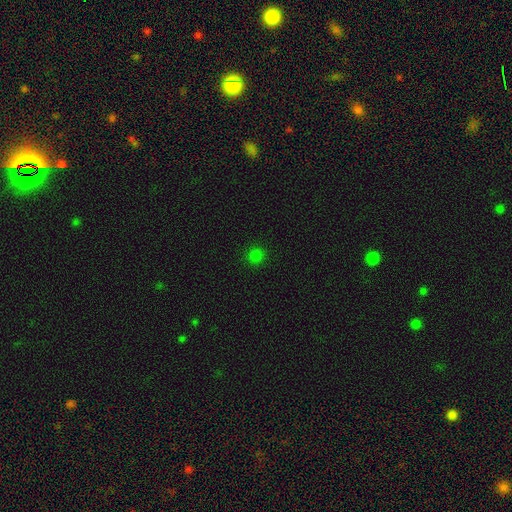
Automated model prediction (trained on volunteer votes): A smooth galaxy with no disk features (79%) that is round (88%).

Vote fractions:
- Smooth or featured? smooth: 79% / star or artifact: 18% / featured or disk: 3%
- How rounded? round: 88% / in between: 10% / cigar-shaped: 1%
- Merging? none: 90% / minor disturbance: 7% / major disturbance: 2% / merger: 1%